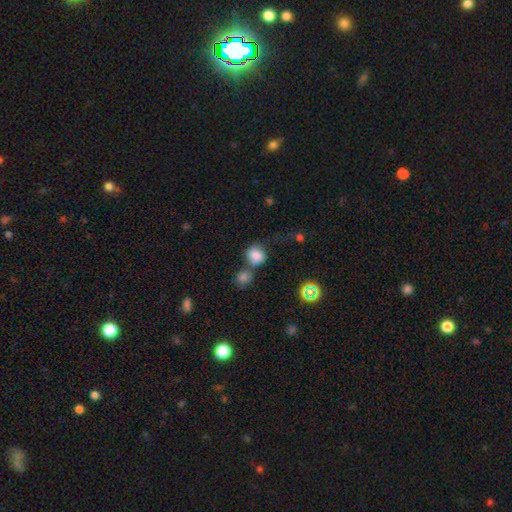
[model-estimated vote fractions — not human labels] Smooth or featured?
  - smooth: 78% *
  - star or artifact: 12%
  - featured or disk: 9%
How rounded?
  - round: 71% *
  - in between: 28%
  - cigar-shaped: 1%
Merging?
  - none: 41% *
  - merger: 37%
  - minor disturbance: 14%
  - major disturbance: 8%